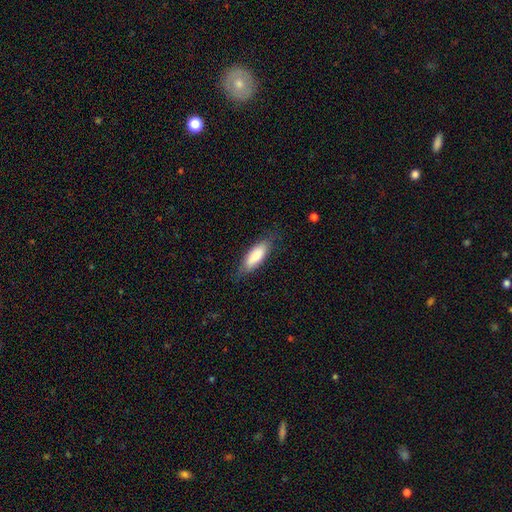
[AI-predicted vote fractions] Morphology: type=smooth (82%); roundness=in between (65%); merging=none (77%).